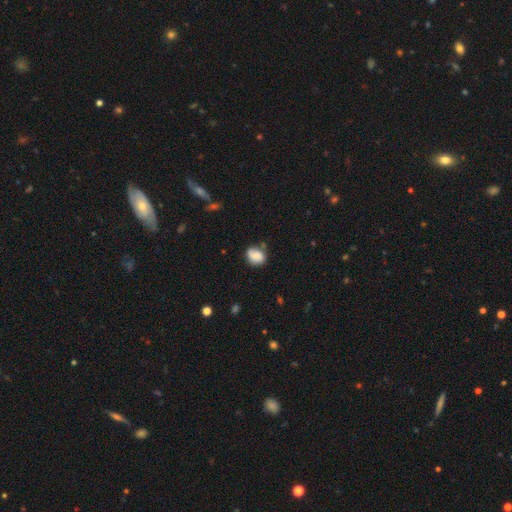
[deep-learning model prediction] Morphology: type=smooth (66%); roundness=round (58%); merging=none (59%).